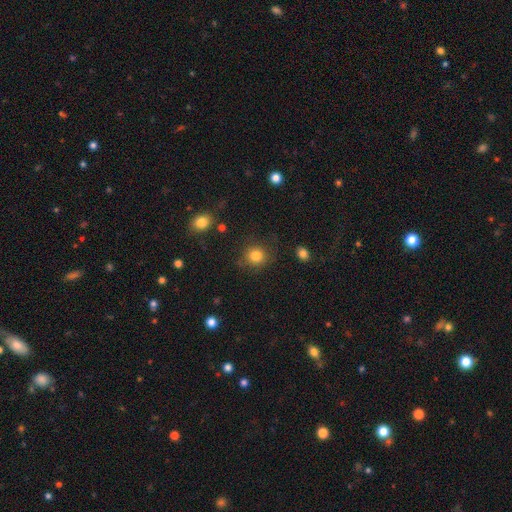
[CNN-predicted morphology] Smooth or featured: smooth — 83% (star or artifact — 11%)
How rounded: round — 89% (in between — 11%)
Merging: none — 81% (minor disturbance — 12%)